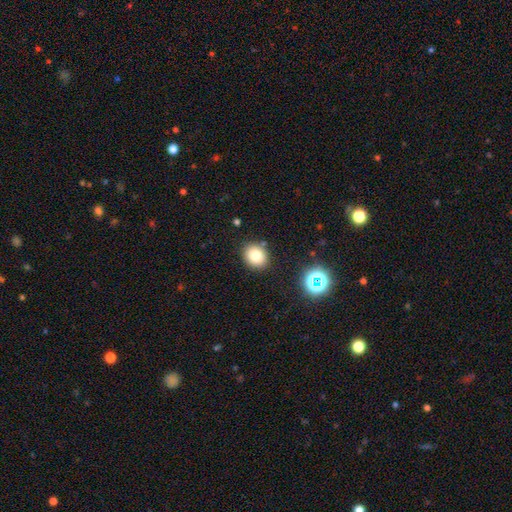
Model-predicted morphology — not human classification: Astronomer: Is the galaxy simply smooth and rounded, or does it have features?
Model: smooth — 79%.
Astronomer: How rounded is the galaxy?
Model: round — 68%.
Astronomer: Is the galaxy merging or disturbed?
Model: none — 86%.